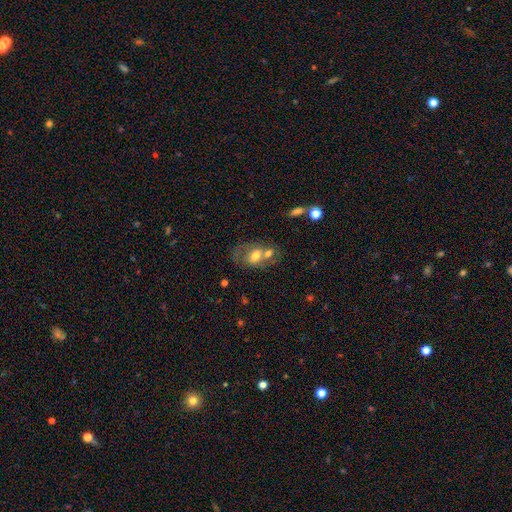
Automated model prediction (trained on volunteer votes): Morphology: type=smooth (52%); roundness=in between (70%); merging=merger (48%).